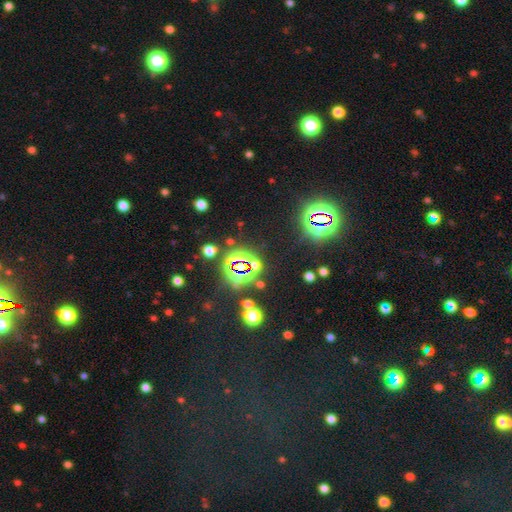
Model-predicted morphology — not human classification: Smooth or featured? Predicted: star or artifact (p=0.79).